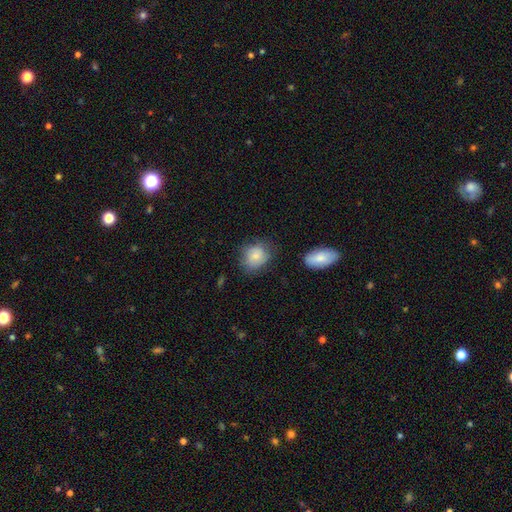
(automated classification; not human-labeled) smooth 81%, featured or disk 11%, star or artifact 8%. Down the decision tree: how rounded — round (56%); merging — none (64%).